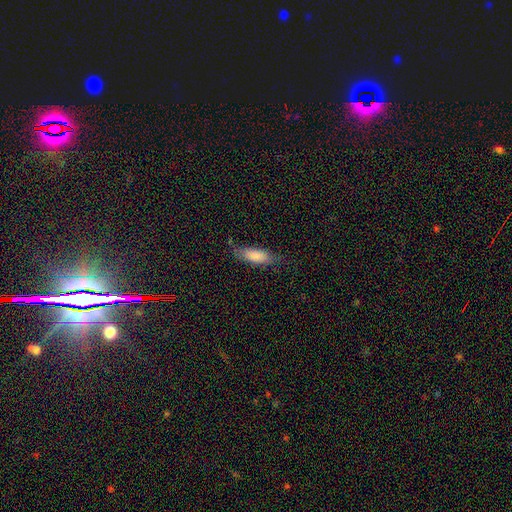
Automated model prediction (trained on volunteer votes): smooth-or-featured: smooth: 83% | featured or disk: 11% | star or artifact: 6%
  how-rounded: in between: 60% | cigar-shaped: 38% | round: 2%
  merging: none: 70% | minor disturbance: 22% | major disturbance: 6% | merger: 2%